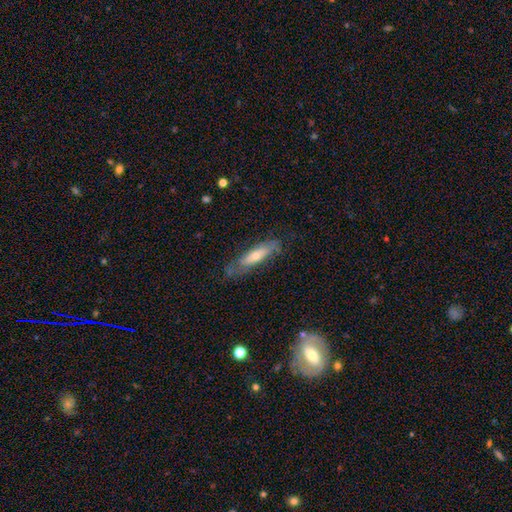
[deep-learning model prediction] Smooth or featured? smooth (47%)
Merging? none (67%)